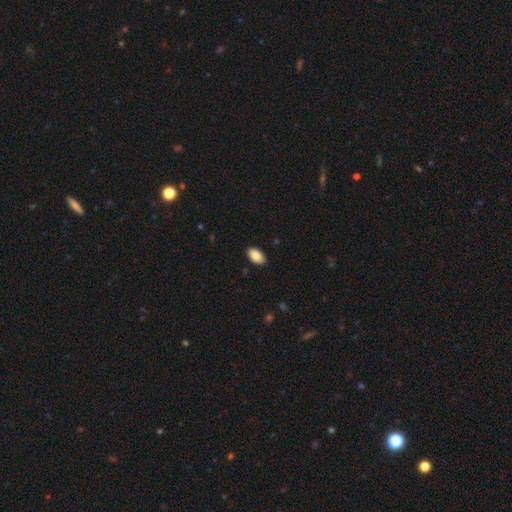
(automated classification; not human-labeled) A smooth galaxy with no disk features (88%) that is in between round and cigar-shaped (95%).

Vote fractions:
- Smooth or featured? smooth: 88% / star or artifact: 7% / featured or disk: 5%
- How rounded? in between: 95% / round: 3% / cigar-shaped: 2%
- Merging? none: 88% / minor disturbance: 9% / major disturbance: 2% / merger: 1%